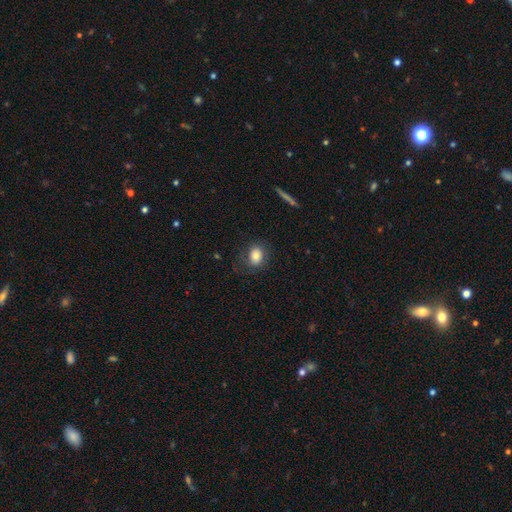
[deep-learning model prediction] The model was most divided on "how rounded": in between: 61%, round: 38%, cigar-shaped: 1%. More confident: smooth or featured — smooth (80%); merging — none (71%).